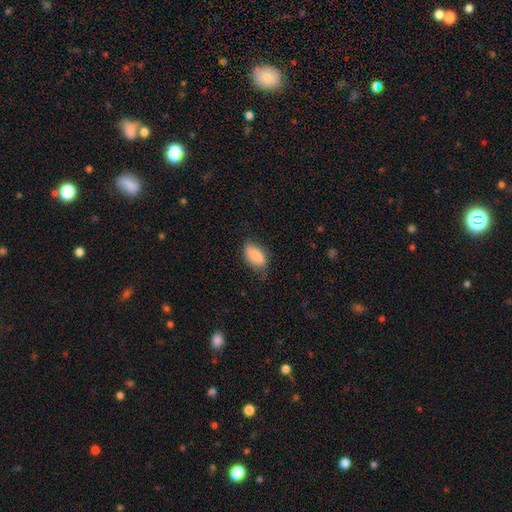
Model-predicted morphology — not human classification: Smooth or featured?
  - smooth: 84% *
  - featured or disk: 9%
  - star or artifact: 6%
How rounded?
  - in between: 92% *
  - round: 4%
  - cigar-shaped: 4%
Merging?
  - none: 62% *
  - minor disturbance: 29%
  - major disturbance: 7%
  - merger: 1%